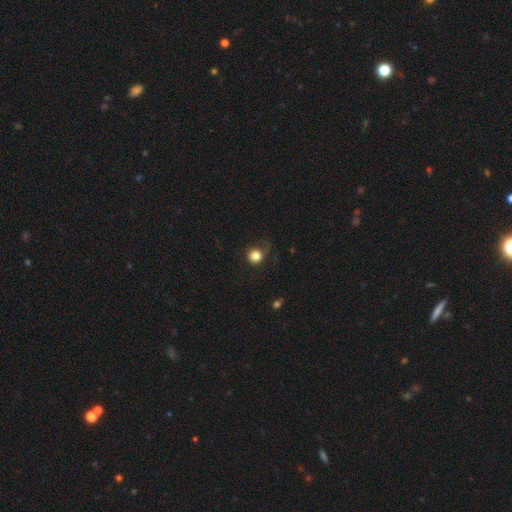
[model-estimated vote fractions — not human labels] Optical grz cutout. It shows a smooth galaxy with no disk features (84%) that is round (91%). Merging: none (68%).